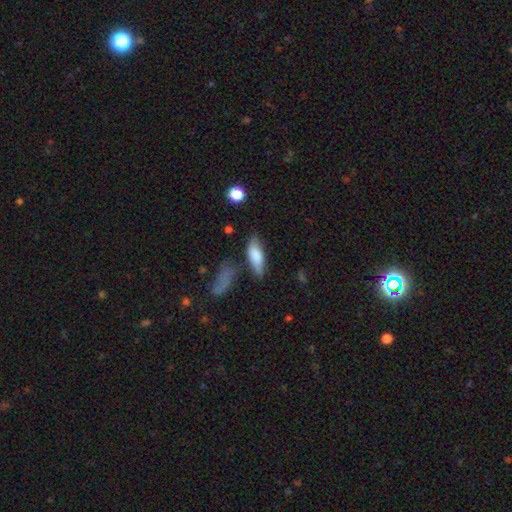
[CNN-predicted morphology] Smooth or featured? Predicted: smooth (p=0.78). How rounded? Predicted: in between (p=0.67). Merging? Predicted: none (p=0.64).